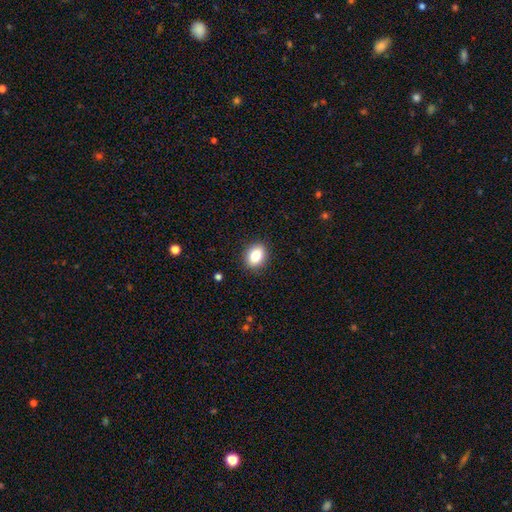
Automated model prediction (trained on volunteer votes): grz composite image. It shows a smooth galaxy with no disk features (84%) that is in between round and cigar-shaped (68%). Merging: none (89%).